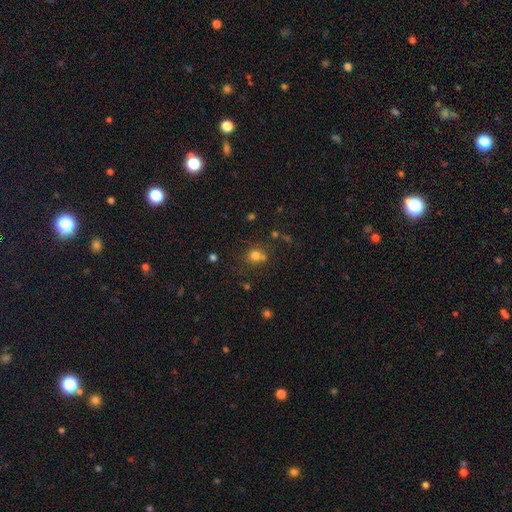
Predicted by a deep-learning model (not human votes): This is likely a smooth galaxy (74%). How rounded: clearly round (82%). Merging: possibly none (58%).